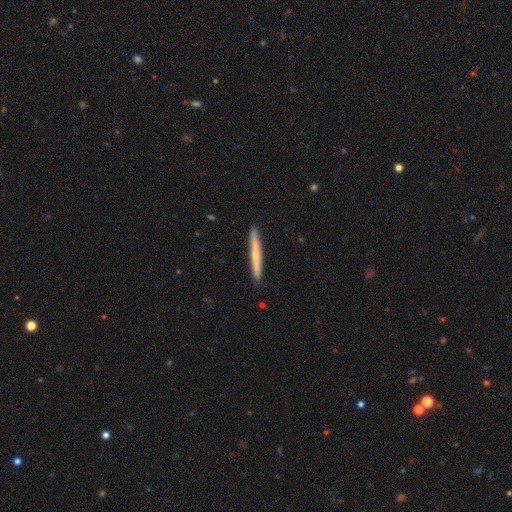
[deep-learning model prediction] smooth_or_featured: smooth (p=0.53) [alt: featured or disk p=0.42]
how_rounded: cigar-shaped (p=0.96) [alt: in between p=0.03]
merging: none (p=0.91) [alt: minor disturbance p=0.06]